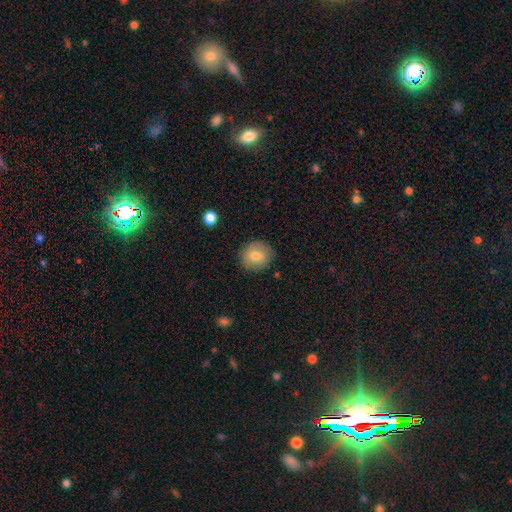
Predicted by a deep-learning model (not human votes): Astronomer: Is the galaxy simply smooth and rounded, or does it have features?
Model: smooth — 79%.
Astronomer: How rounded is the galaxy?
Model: round — 85%.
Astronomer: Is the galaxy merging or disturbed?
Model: none — 86%.